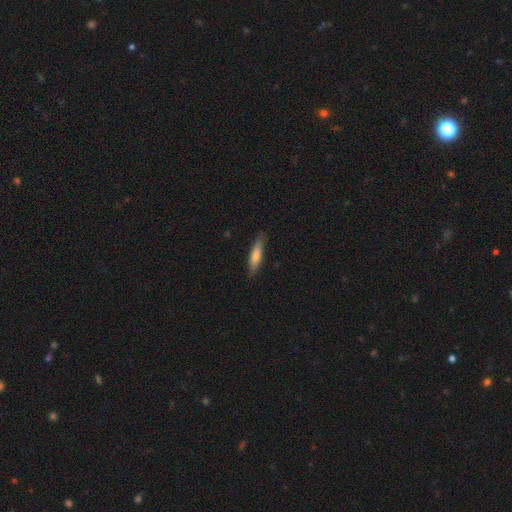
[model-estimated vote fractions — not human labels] Smooth or featured: smooth — 71% (featured or disk — 23%)
How rounded: cigar-shaped — 76% (in between — 22%)
Merging: none — 83% (minor disturbance — 13%)